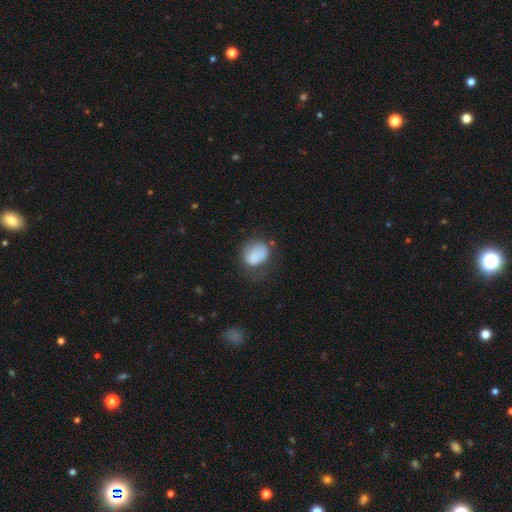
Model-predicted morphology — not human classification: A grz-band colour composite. It shows a smooth galaxy with no disk features (77%) that is in between round and cigar-shaped (59%). Merging: none (39%).